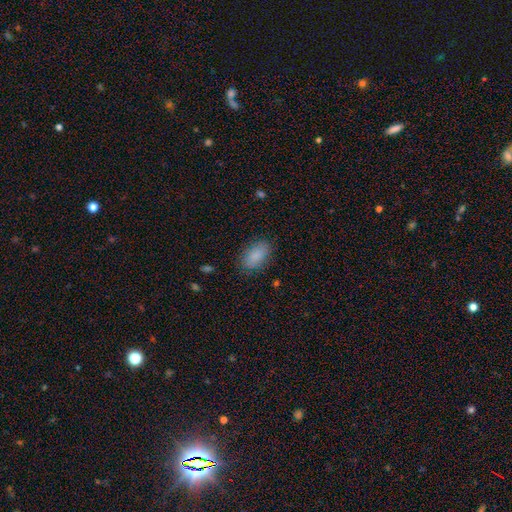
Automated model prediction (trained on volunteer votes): smooth 87%, star or artifact 7%, featured or disk 7%. Down the decision tree: how rounded — in between (93%); merging — none (84%).